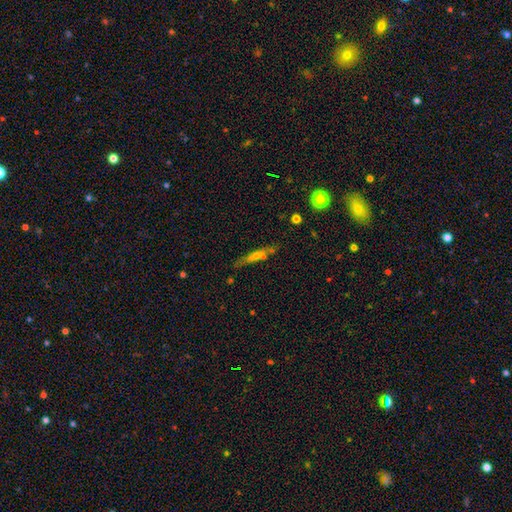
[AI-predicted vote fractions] Morphology: type=smooth (50%); roundness=cigar-shaped (83%); merging=none (63%).